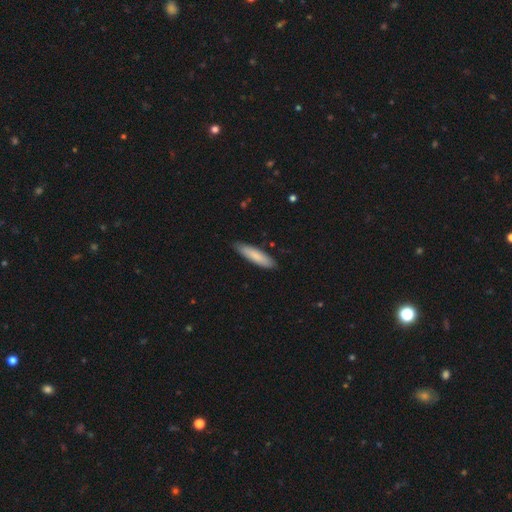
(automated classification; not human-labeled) The model was most divided on "how rounded": cigar-shaped: 72%, in between: 26%, round: 1%. More confident: merging — none (85%); smooth or featured — smooth (82%).